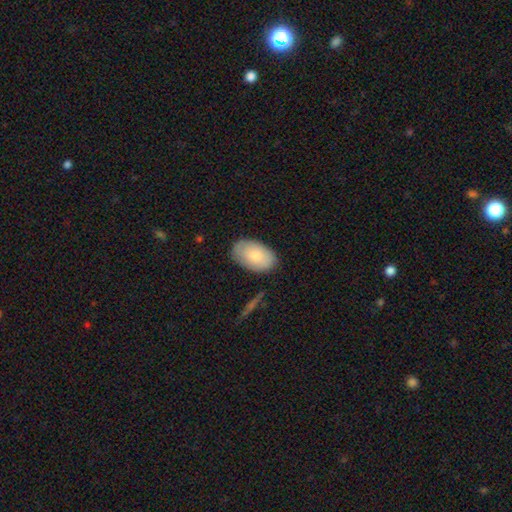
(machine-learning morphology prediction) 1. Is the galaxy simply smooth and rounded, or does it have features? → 78% smooth, 16% featured or disk, 6% star or artifact.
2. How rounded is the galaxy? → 93% in between, 6% round, 1% cigar-shaped.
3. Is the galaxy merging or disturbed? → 80% none, 15% minor disturbance, 3% major disturbance, 2% merger.